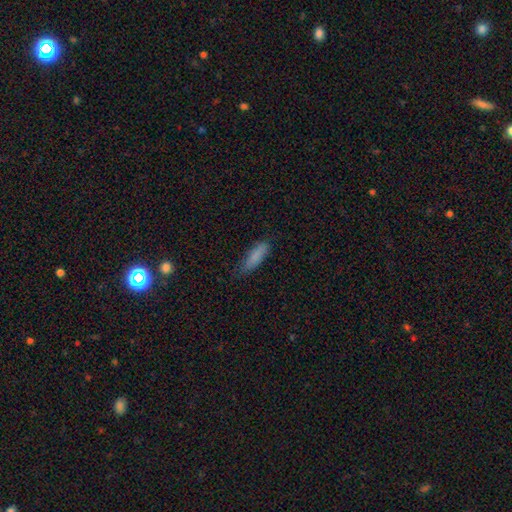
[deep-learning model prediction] This is clearly a smooth galaxy (84%). How rounded: possibly cigar-shaped (58%). Merging: likely none (73%).